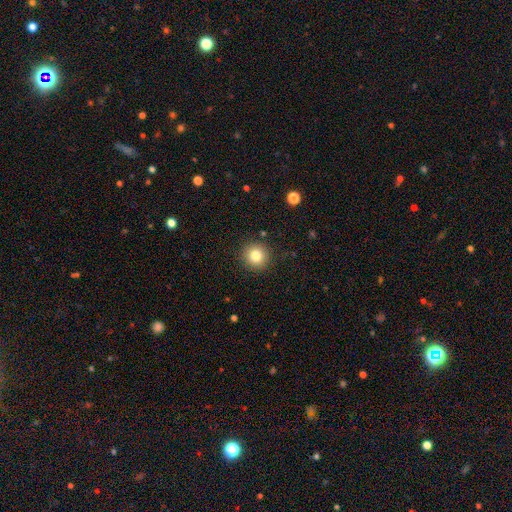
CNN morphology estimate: type=smooth (81%); roundness=round (94%); merging=none (91%).